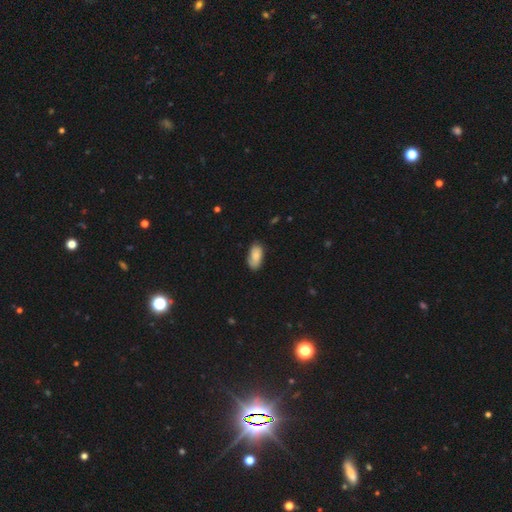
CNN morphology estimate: Q: Smooth or featured?
A: smooth (81%); runner-up: featured or disk (13%)
Q: How rounded?
A: in between (93%); runner-up: cigar-shaped (4%)
Q: Merging?
A: none (77%); runner-up: minor disturbance (19%)